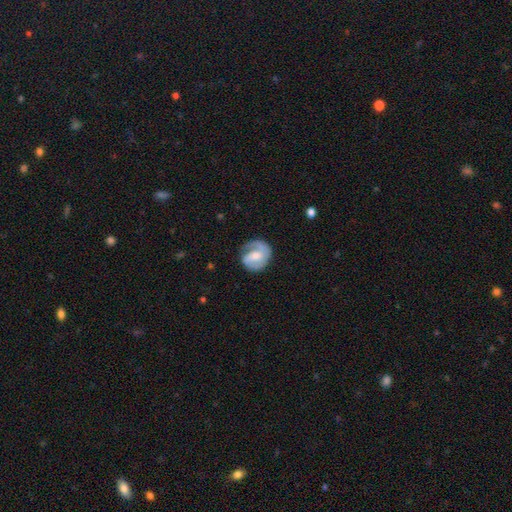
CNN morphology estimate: Smooth or featured: featured or disk — 71% (smooth — 24%)
Edge-on disk: no — 98% (yes — 2%)
Bar: no — 45% (weak — 42%)
Spiral arms: yes — 90% (no — 10%)
Spiral winding: medium — 42% (tight — 39%)
Spiral arm count: 2 — 53% (1 — 35%)
Bulge size: moderate — 56% (small — 36%)
Merging: none — 63% (minor disturbance — 22%)